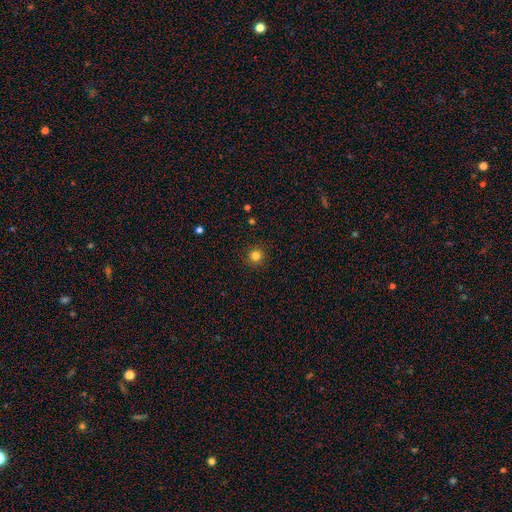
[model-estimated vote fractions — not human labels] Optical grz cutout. It shows a smooth galaxy with no disk features (82%) that is round (95%). Merging: none (91%).